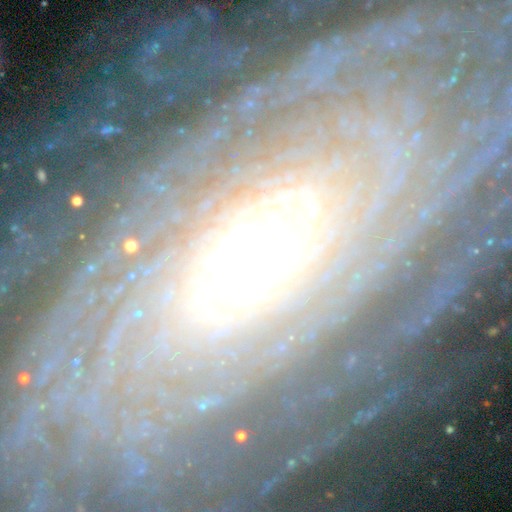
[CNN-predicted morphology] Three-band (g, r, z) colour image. It shows a featured or disk galaxy (88%) with no bar (63%), tight (79%) spiral arms (95%) and a small central bulge (48%). Merging: none (76%).